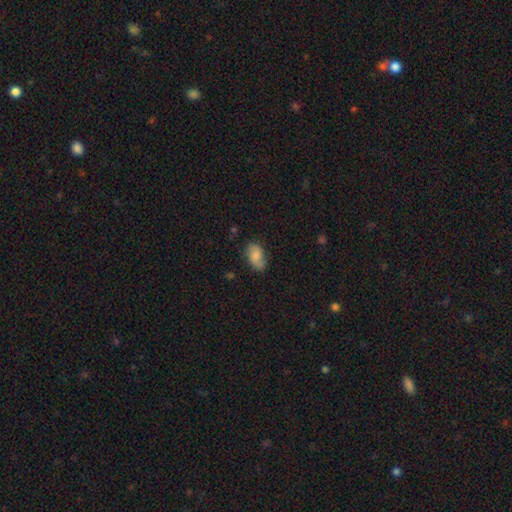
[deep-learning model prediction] Q: Smooth or featured?
A: smooth (70%); runner-up: featured or disk (22%)
Q: How rounded?
A: in between (91%); runner-up: round (7%)
Q: Merging?
A: none (67%); runner-up: minor disturbance (25%)